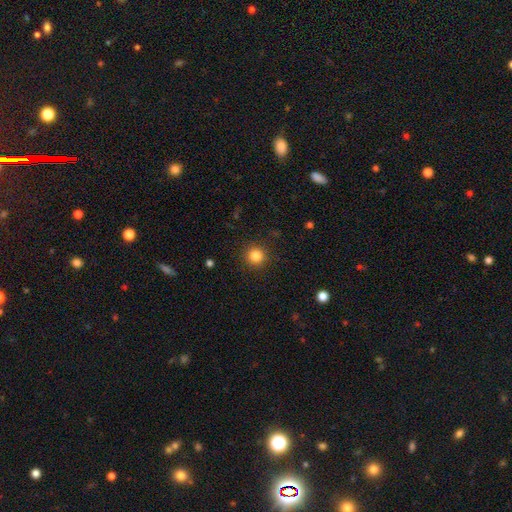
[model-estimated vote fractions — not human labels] This appears to be a smooth galaxy with no disk features (83%) that is round (94%). Merging: none (91%).